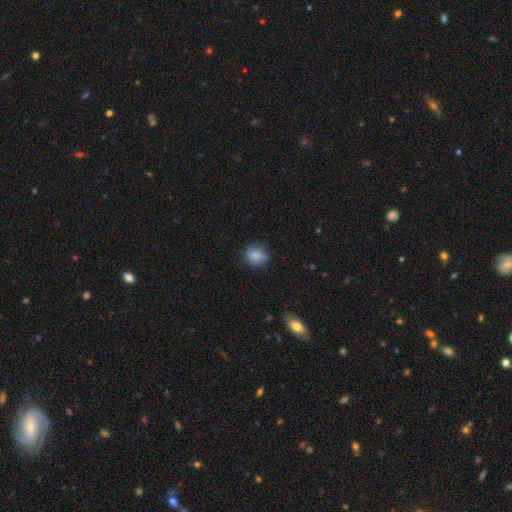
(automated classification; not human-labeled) Morphology: type=smooth (81%); roundness=round (55%); merging=none (72%).